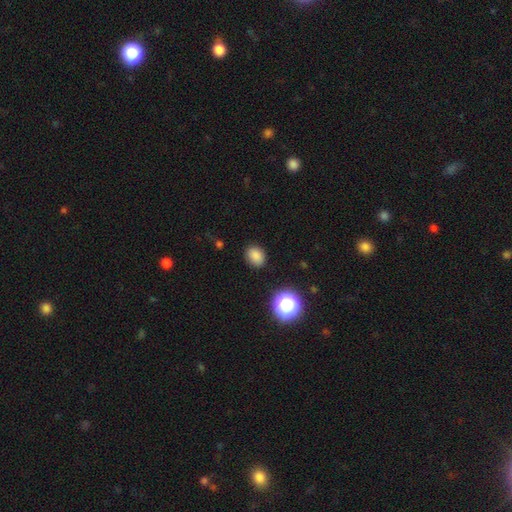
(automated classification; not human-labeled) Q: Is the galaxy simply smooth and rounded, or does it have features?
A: smooth — 82%.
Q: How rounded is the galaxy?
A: in between — 52%.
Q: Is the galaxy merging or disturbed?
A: none — 86%.